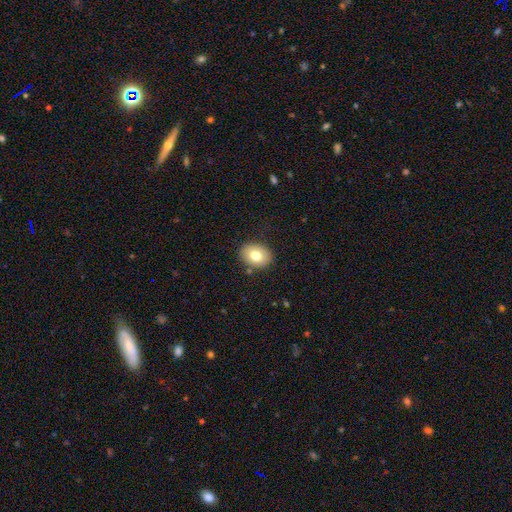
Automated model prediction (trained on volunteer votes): smooth 77%, featured or disk 15%, star or artifact 8%. Down the decision tree: how rounded — in between (64%); merging — none (85%).